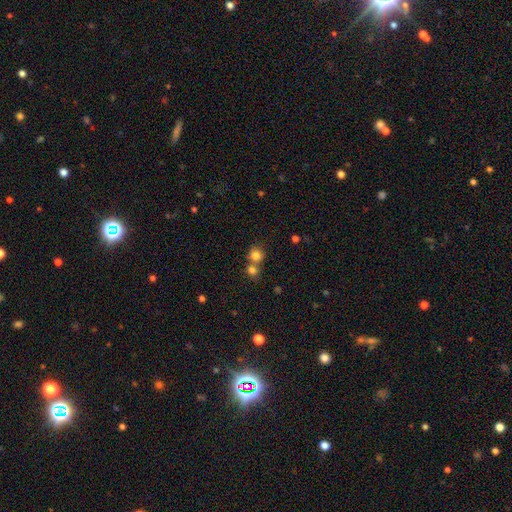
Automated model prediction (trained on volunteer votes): Smooth or featured?
  - smooth: 80% *
  - star or artifact: 12%
  - featured or disk: 7%
How rounded?
  - round: 83% *
  - in between: 16%
  - cigar-shaped: 1%
Merging?
  - none: 47% *
  - merger: 43%
  - minor disturbance: 7%
  - major disturbance: 3%